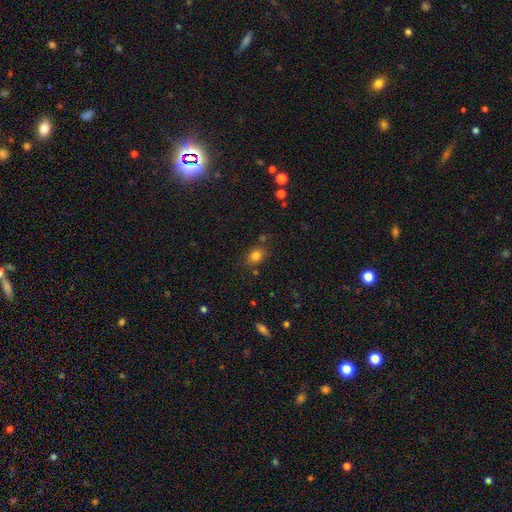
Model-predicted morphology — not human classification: Smooth or featured? smooth (79%)
How rounded? in between (59%)
Merging? none (76%)